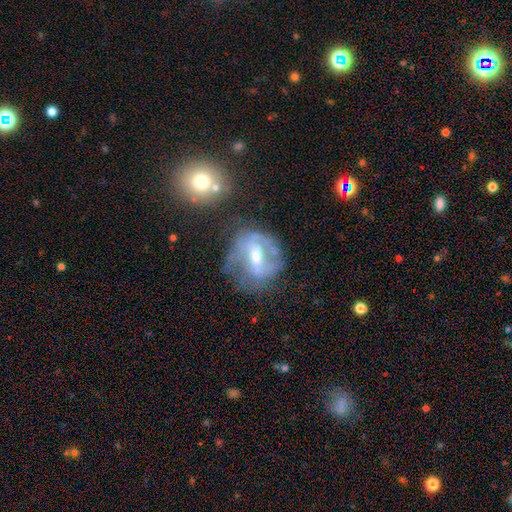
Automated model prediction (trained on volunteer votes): A featured or disk galaxy (75%) with a weak bar (42%), 2 (53%) medium (41%) spiral arms (75%) and a moderate central bulge (56%). Merging: none (53%).